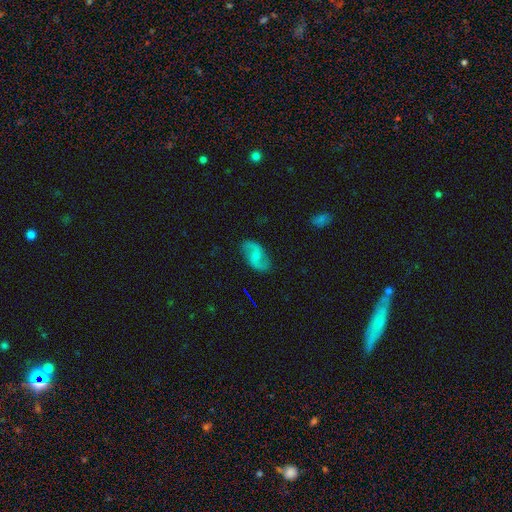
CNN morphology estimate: smooth_or_featured: featured or disk (p=0.74) [alt: smooth p=0.19]
disk_edge_on: no (p=0.96) [alt: yes p=0.04]
bar: no (p=0.45) [alt: weak p=0.43]
has_spiral_arms: yes (p=0.91) [alt: no p=0.09]
spiral_winding: loose (p=0.64) [alt: medium p=0.28]
spiral_arm_count: 2 (p=0.93) [alt: can't tell p=0.03]
bulge_size: small (p=0.61) [alt: moderate p=0.29]
merging: none (p=0.84) [alt: minor disturbance p=0.11]